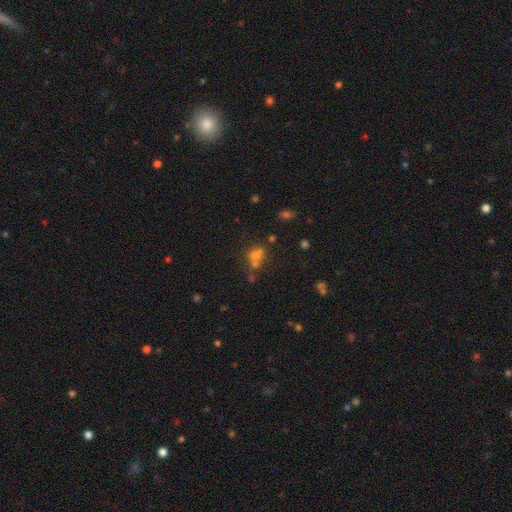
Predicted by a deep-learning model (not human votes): Smooth or featured?
  - smooth: 57% *
  - star or artifact: 28%
  - featured or disk: 15%
How rounded?
  - round: 63% *
  - in between: 35%
  - cigar-shaped: 2%
Merging?
  - none: 42% *
  - merger: 41%
  - minor disturbance: 11%
  - major disturbance: 6%